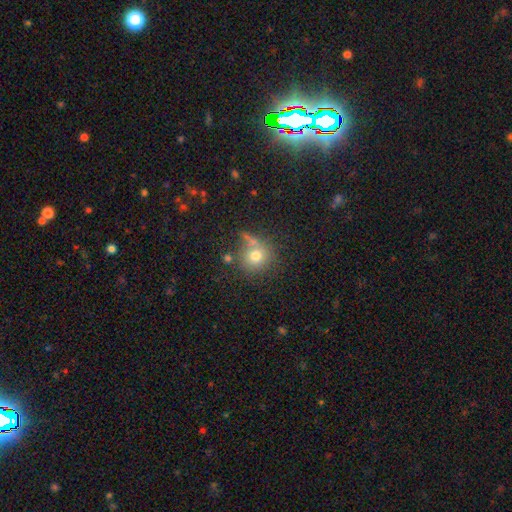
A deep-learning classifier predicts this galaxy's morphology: Smooth or featured?
  - smooth: 75% *
  - star or artifact: 14%
  - featured or disk: 12%
How rounded?
  - round: 89% *
  - in between: 9%
  - cigar-shaped: 1%
Merging?
  - none: 66% *
  - minor disturbance: 14%
  - merger: 14%
  - major disturbance: 7%